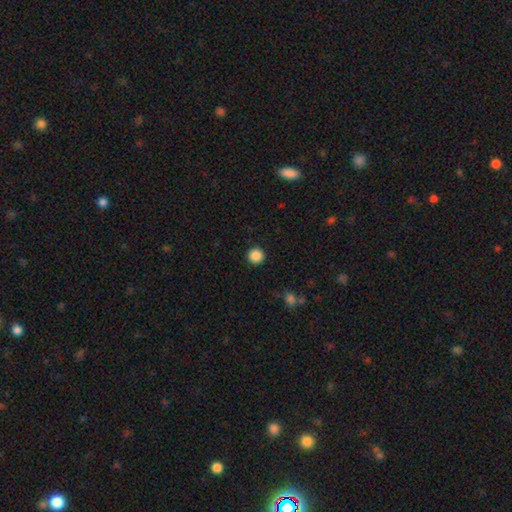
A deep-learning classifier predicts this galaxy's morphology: The model was most divided on "smooth or featured": smooth: 87%, star or artifact: 10%, featured or disk: 3%. More confident: how rounded — round (96%); merging — none (92%).